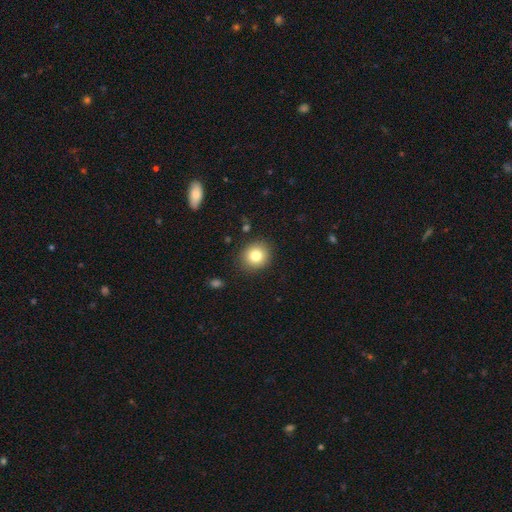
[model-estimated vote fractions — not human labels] A smooth galaxy with no disk features (81%) that is round (85%). Merging: none (88%).